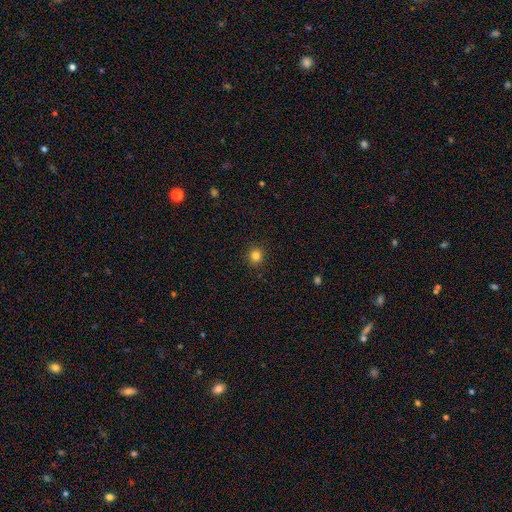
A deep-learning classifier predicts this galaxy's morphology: Smooth or featured?
  - smooth: 83% *
  - star or artifact: 13%
  - featured or disk: 5%
How rounded?
  - round: 92% *
  - in between: 7%
  - cigar-shaped: 1%
Merging?
  - none: 91% *
  - minor disturbance: 6%
  - major disturbance: 2%
  - merger: 1%